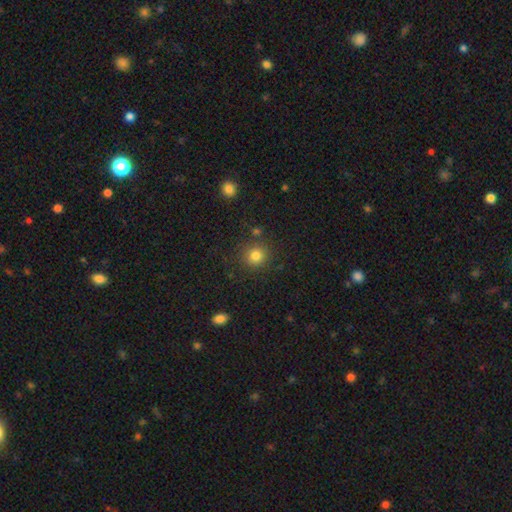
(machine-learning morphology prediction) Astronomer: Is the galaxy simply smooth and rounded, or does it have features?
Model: smooth — 81%.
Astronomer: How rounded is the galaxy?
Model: round — 90%.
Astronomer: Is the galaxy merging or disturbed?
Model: none — 84%.